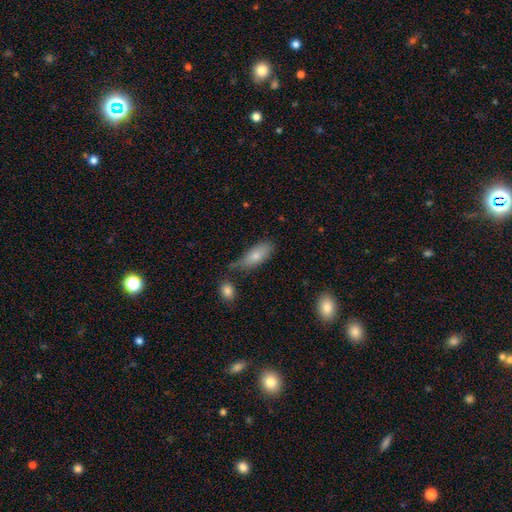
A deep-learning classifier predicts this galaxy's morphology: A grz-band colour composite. It shows a smooth galaxy with no disk features (75%) that is in between round and cigar-shaped (78%). Merging: none (53%).